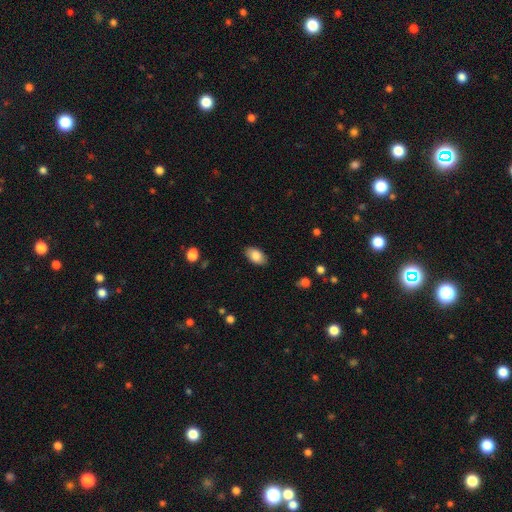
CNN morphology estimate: A smooth galaxy with no disk features (86%) that is in between round and cigar-shaped (94%). Merging: none (87%).